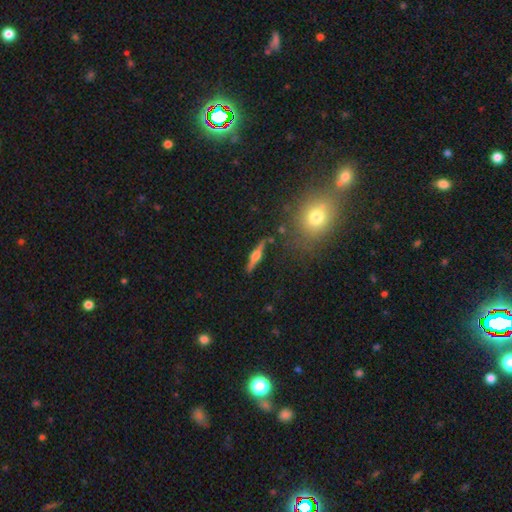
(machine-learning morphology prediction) Smooth or featured: featured or disk — 75% (smooth — 18%)
Edge-on disk: yes — 96% (no — 4%)
Edge-on bulge: rounded — 92% (boxy — 6%)
Merging: none — 84% (minor disturbance — 10%)